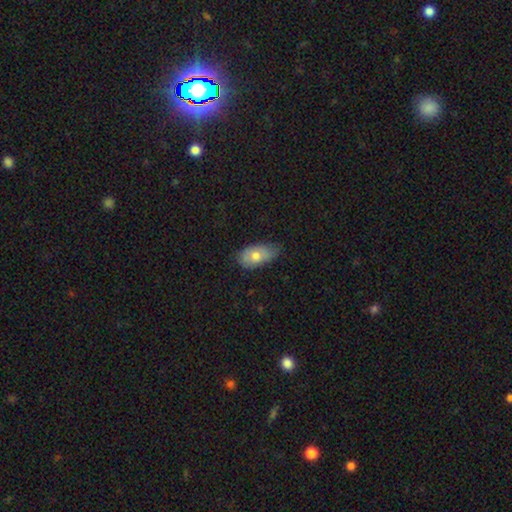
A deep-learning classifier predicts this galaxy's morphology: Overall: smooth (71%). How rounded: in between (91%). Merging: none (55%; minor disturbance 37%).